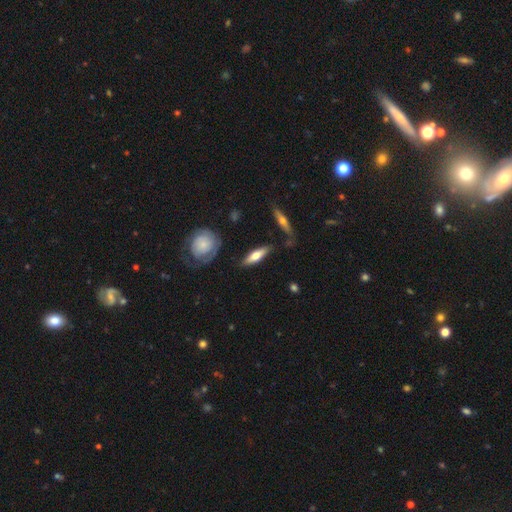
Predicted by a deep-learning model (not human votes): smooth 50%, featured or disk 44%, star or artifact 6%. Down the decision tree: how rounded — cigar-shaped (58%); merging — none (81%).